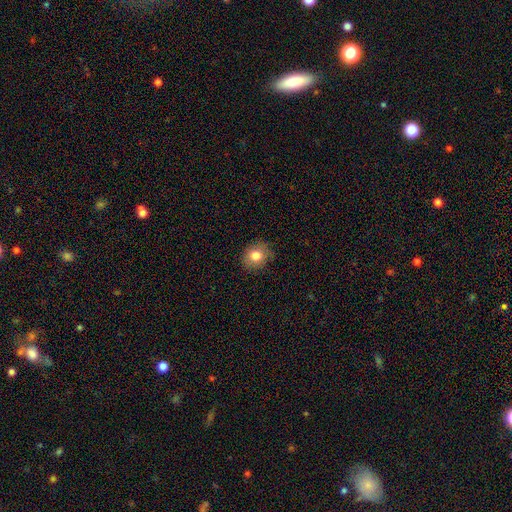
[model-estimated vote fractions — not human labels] Overall: smooth (81%). How rounded: round (70%). Merging: none (84%).